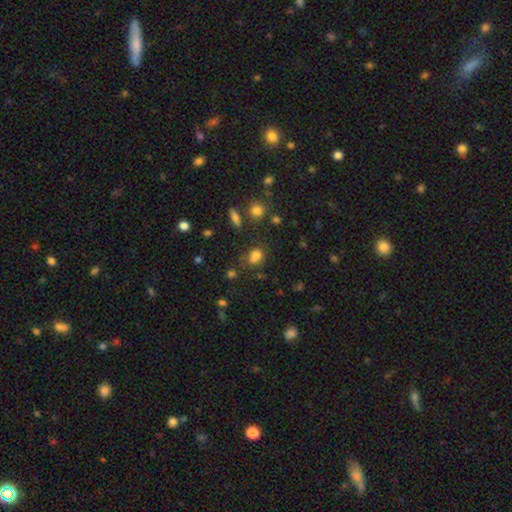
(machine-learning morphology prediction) smooth 75%, star or artifact 16%, featured or disk 9%. Down the decision tree: how rounded — in between (57%); merging — none (59%).